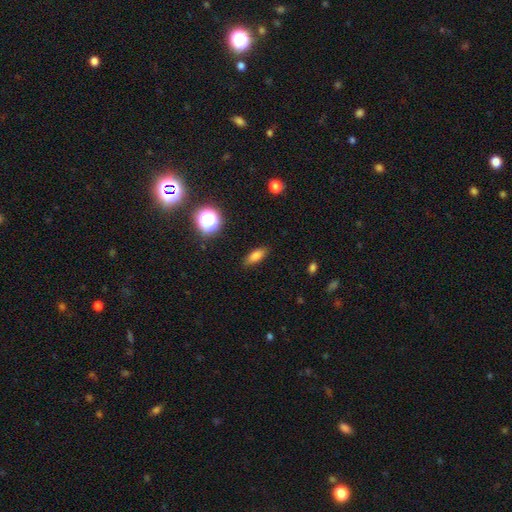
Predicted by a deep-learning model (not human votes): smooth-or-featured: smooth: 79% | star or artifact: 12% | featured or disk: 10%
  how-rounded: in between: 73% | cigar-shaped: 21% | round: 7%
  merging: none: 84% | minor disturbance: 11% | major disturbance: 3% | merger: 1%